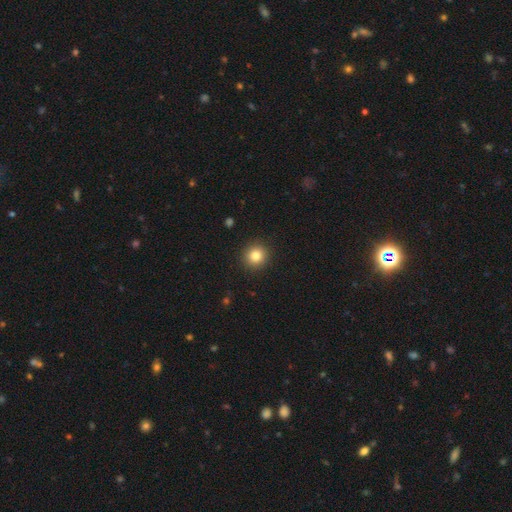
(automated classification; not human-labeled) A smooth galaxy with no disk features (83%) that is round (92%).

Vote fractions:
- Smooth or featured? smooth: 83% / star or artifact: 11% / featured or disk: 6%
- How rounded? round: 92% / in between: 7% / cigar-shaped: 1%
- Merging? none: 92% / minor disturbance: 5% / major disturbance: 2% / merger: 1%